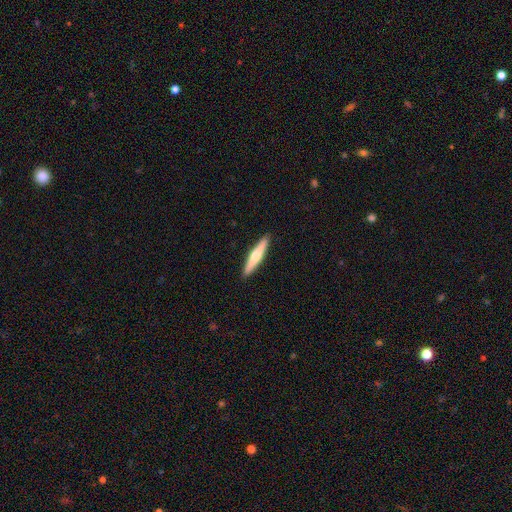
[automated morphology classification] This is possibly a featured or disk galaxy (48%). Merging: clearly none (92%).